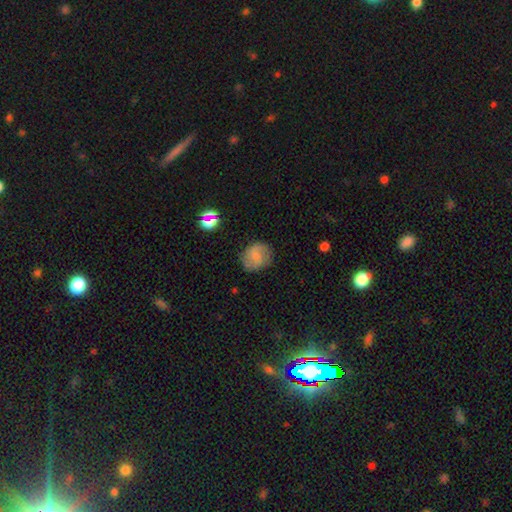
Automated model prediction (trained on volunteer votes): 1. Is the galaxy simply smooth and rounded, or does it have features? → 61% smooth, 29% featured or disk, 10% star or artifact.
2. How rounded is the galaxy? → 72% round, 27% in between, 1% cigar-shaped.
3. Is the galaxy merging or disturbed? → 77% none, 17% minor disturbance, 5% major disturbance, 2% merger.